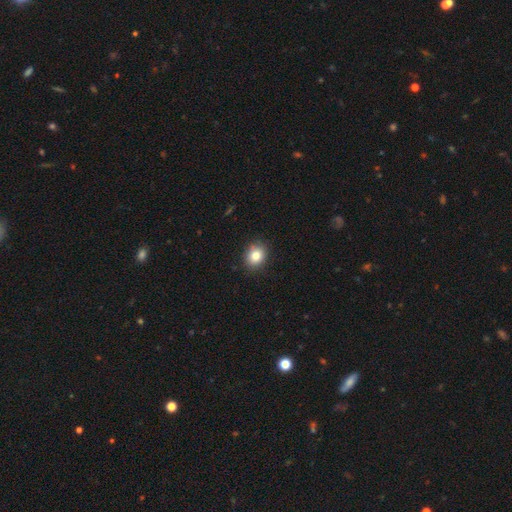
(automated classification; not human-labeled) smooth-or-featured: smooth: 83% | star or artifact: 10% | featured or disk: 7%
  how-rounded: round: 64% | in between: 35% | cigar-shaped: 1%
  merging: none: 87% | minor disturbance: 10% | major disturbance: 2% | merger: 1%